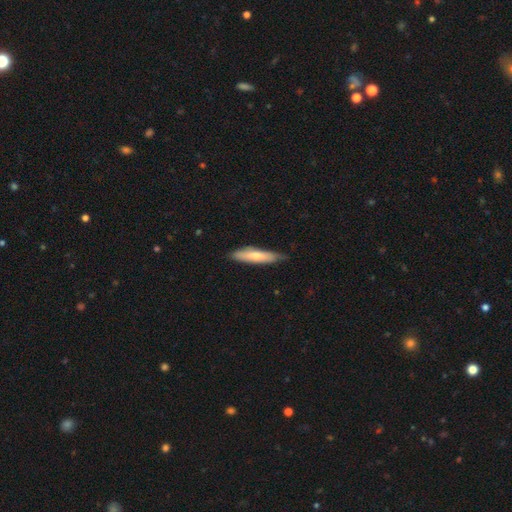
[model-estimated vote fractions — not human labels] Morphology: type=smooth (67%); roundness=cigar-shaped (75%); merging=none (73%).